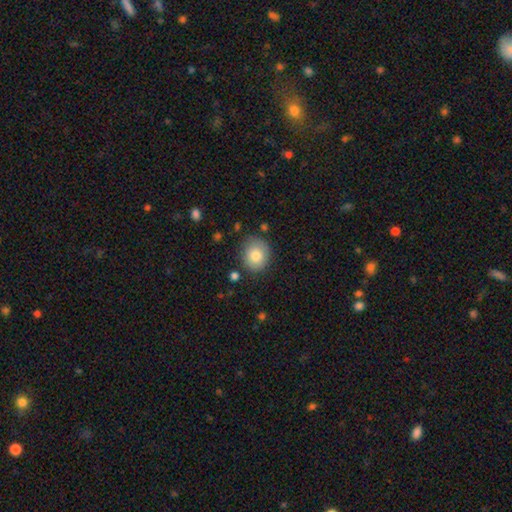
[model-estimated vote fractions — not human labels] smooth_or_featured: smooth (p=0.81) [alt: featured or disk p=0.10]
how_rounded: round (p=0.73) [alt: in between p=0.26]
merging: none (p=0.82) [alt: minor disturbance p=0.13]